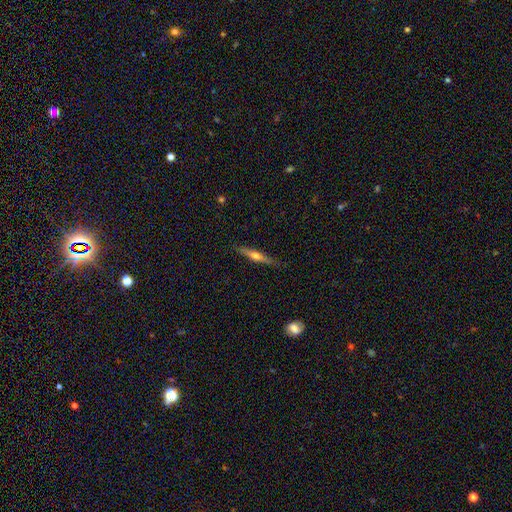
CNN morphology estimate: Q: Smooth or featured?
A: featured or disk (61%); runner-up: smooth (33%)
Q: Edge-on disk?
A: yes (96%); runner-up: no (4%)
Q: Edge-on bulge?
A: rounded (87%); runner-up: none (9%)
Q: Merging?
A: none (87%); runner-up: minor disturbance (10%)